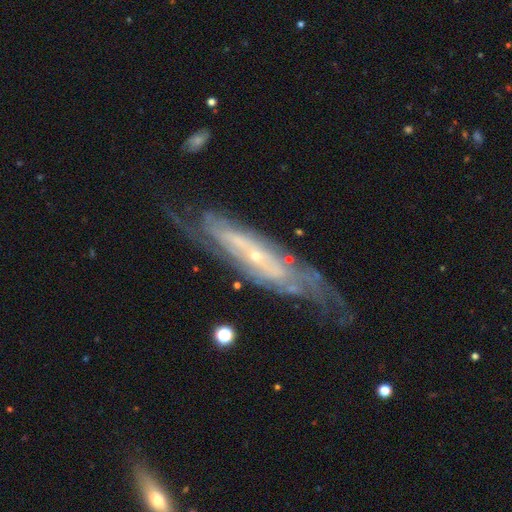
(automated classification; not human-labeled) A featured or disk galaxy (84%) with no bar (59%), tight (62%) spiral arms (91%) and a small central bulge (80%).

Vote fractions:
- Smooth or featured? featured or disk: 84% / smooth: 9% / star or artifact: 6%
- Edge-on disk? no: 72% / yes: 28%
- Bar? no: 59% / weak: 26% / strong: 15%
- Spiral arms? yes: 91% / no: 9%
- Spiral winding? tight: 62% / medium: 29% / loose: 9%
- Spiral arm count? can't tell: 51% / 2: 23% / 3: 9% / 4: 7% / more than 4: 5% / 1: 4%
- Bulge size? small: 80% / moderate: 15% / none: 2% / large: 1% / dominant: 1%
- Merging? none: 67% / minor disturbance: 20% / major disturbance: 11% / merger: 2%